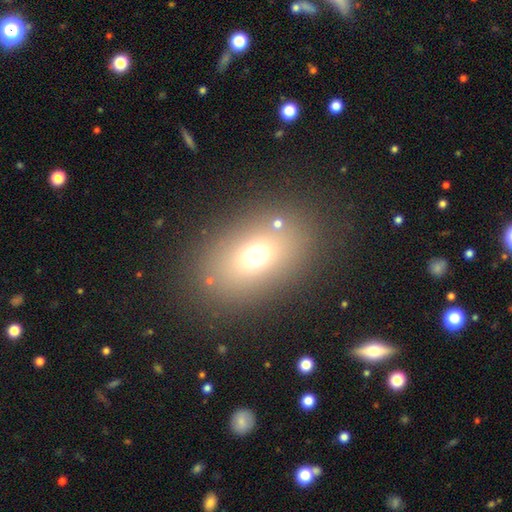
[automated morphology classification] This is likely a smooth galaxy (68%). How rounded: likely in between (73%). Merging: clearly none (83%).